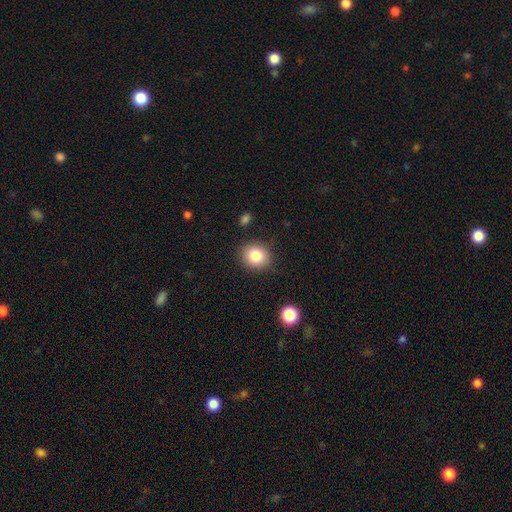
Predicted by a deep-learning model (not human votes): Q: Smooth or featured?
A: smooth (83%); runner-up: star or artifact (10%)
Q: How rounded?
A: round (80%); runner-up: in between (20%)
Q: Merging?
A: none (87%); runner-up: minor disturbance (9%)